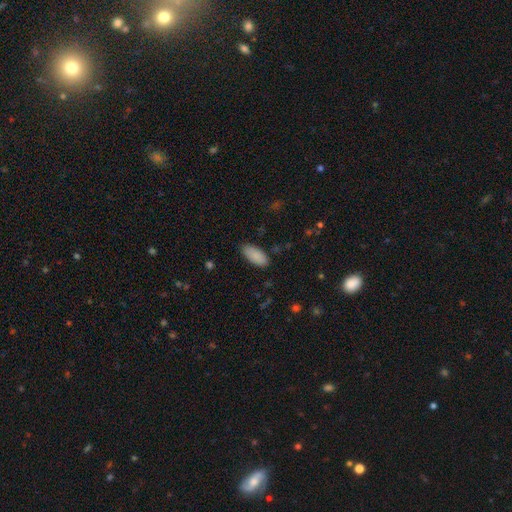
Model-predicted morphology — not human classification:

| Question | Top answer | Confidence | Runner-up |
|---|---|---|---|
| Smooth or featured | smooth | 89% | star or artifact (7%) |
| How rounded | in between | 88% | cigar-shaped (10%) |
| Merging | none | 83% | minor disturbance (13%) |